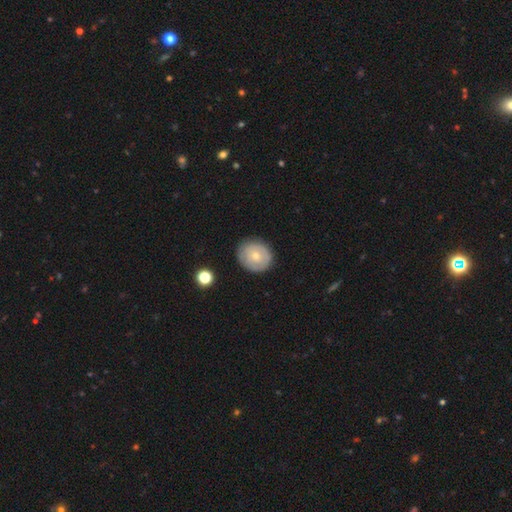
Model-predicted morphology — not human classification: Overall: smooth (57%; featured or disk 36%). How rounded: round (79%). Merging: none (84%).